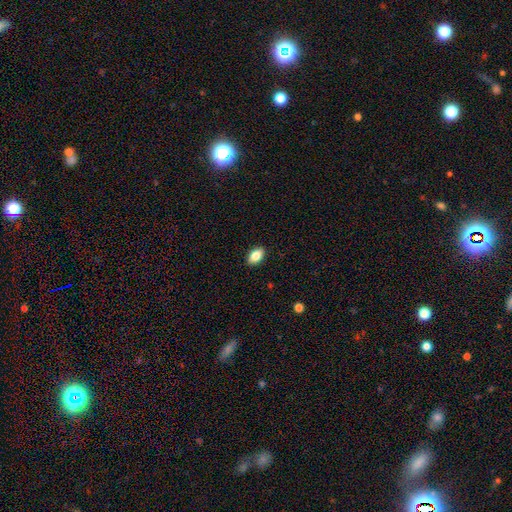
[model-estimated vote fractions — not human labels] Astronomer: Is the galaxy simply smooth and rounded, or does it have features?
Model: smooth — 83%.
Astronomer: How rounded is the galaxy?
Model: in between — 88%.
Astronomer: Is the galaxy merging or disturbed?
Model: none — 90%.